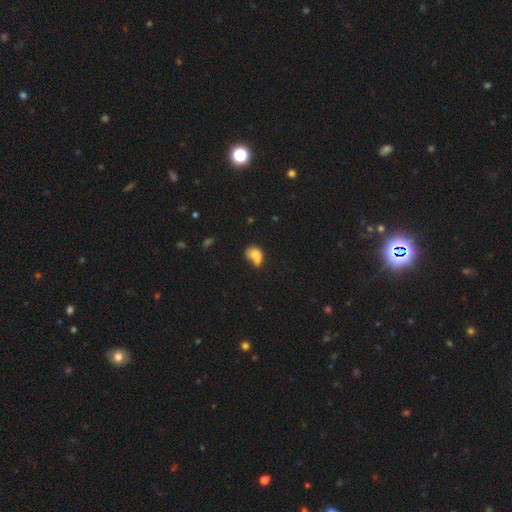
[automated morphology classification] Overall: smooth (75%). How rounded: in between (68%; round 30%). Merging: merger (39%; none 28%).